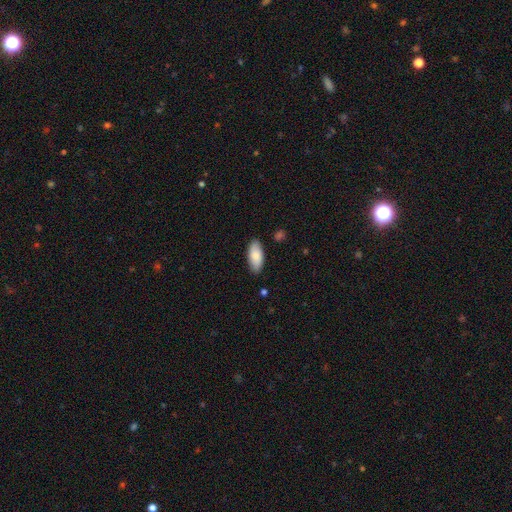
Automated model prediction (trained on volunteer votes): Q: Smooth or featured?
A: smooth (83%); runner-up: featured or disk (11%)
Q: How rounded?
A: in between (89%); runner-up: cigar-shaped (9%)
Q: Merging?
A: none (85%); runner-up: minor disturbance (11%)